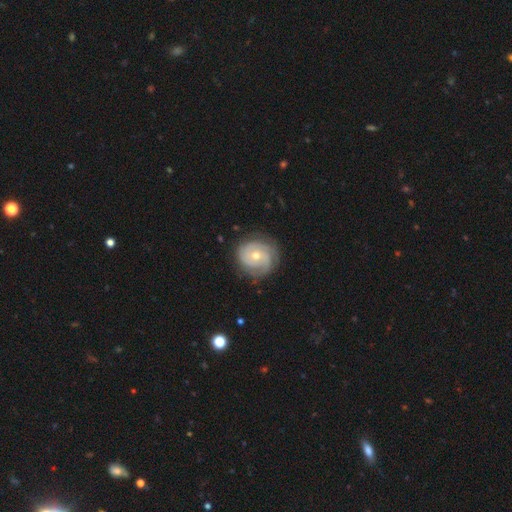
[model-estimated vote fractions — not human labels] Smooth or featured? featured or disk (82%)
Edge-on disk? no (98%)
Bar? no (74%)
Spiral arms? yes (95%)
Spiral winding? tight (72%)
Spiral arm count? 2 (34%)
Bulge size? moderate (54%)
Merging? none (79%)